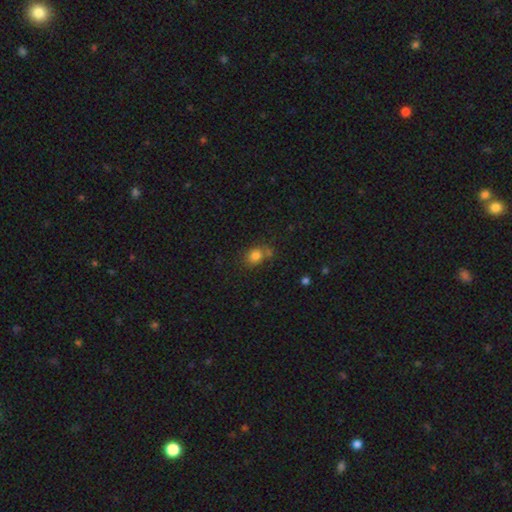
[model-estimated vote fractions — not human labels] A smooth galaxy with no disk features (80%) that is round (58%). Merging: none (61%).